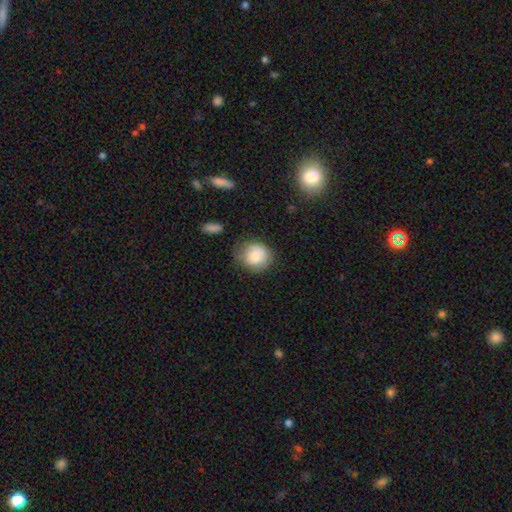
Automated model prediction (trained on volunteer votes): Overall: smooth (83%). How rounded: round (77%). Merging: none (65%).